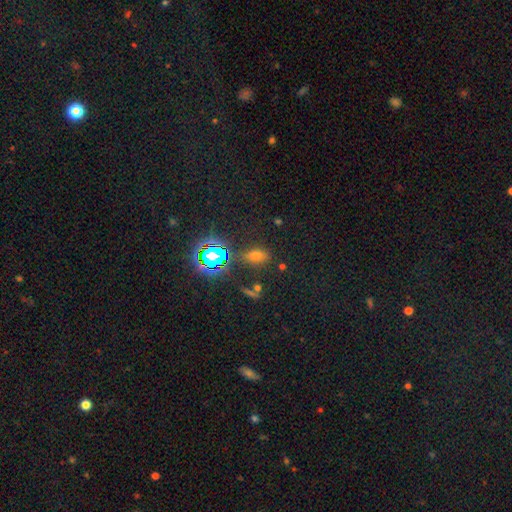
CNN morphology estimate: smooth-or-featured: smooth: 54% | star or artifact: 35% | featured or disk: 11%
  how-rounded: in between: 79% | round: 14% | cigar-shaped: 7%
  merging: none: 78% | minor disturbance: 12% | merger: 5% | major disturbance: 5%